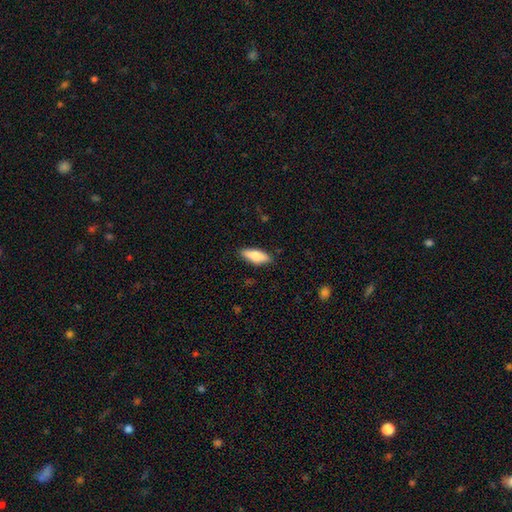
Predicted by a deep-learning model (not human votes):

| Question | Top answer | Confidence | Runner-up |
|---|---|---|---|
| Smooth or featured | smooth | 78% | featured or disk (16%) |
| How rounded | in between | 63% | cigar-shaped (35%) |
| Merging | none | 87% | minor disturbance (10%) |